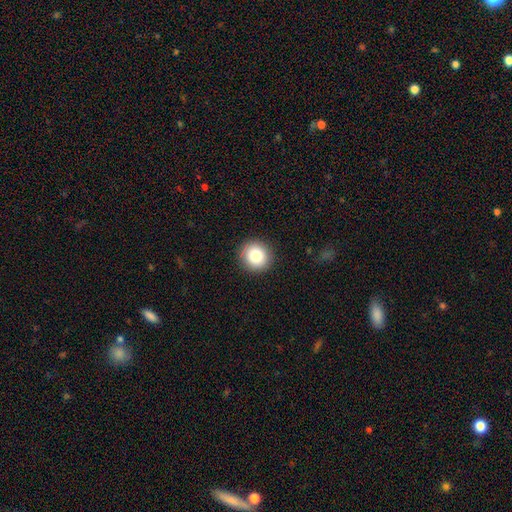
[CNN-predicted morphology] This appears to be a smooth galaxy with no disk features (83%) that is round (92%). Merging: none (91%).